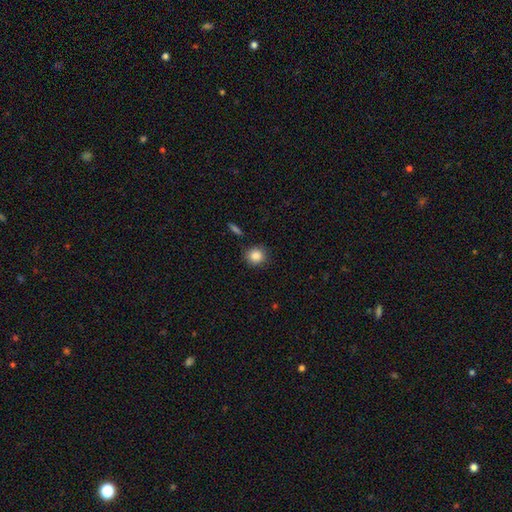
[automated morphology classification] Smooth or featured: smooth — 86% (star or artifact — 9%)
How rounded: round — 89% (in between — 10%)
Merging: none — 88% (minor disturbance — 8%)